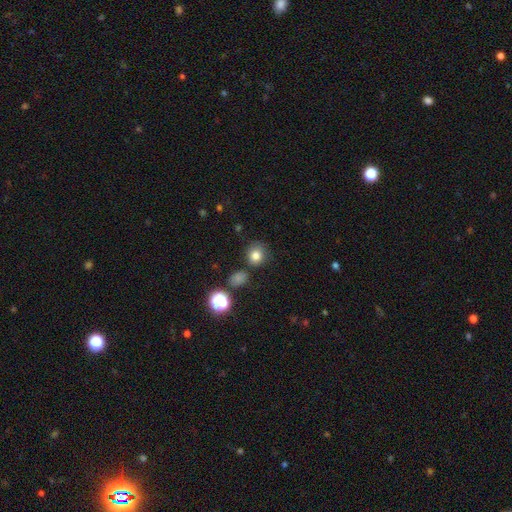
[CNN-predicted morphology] Smooth or featured? smooth (78%)
How rounded? round (82%)
Merging? none (78%)